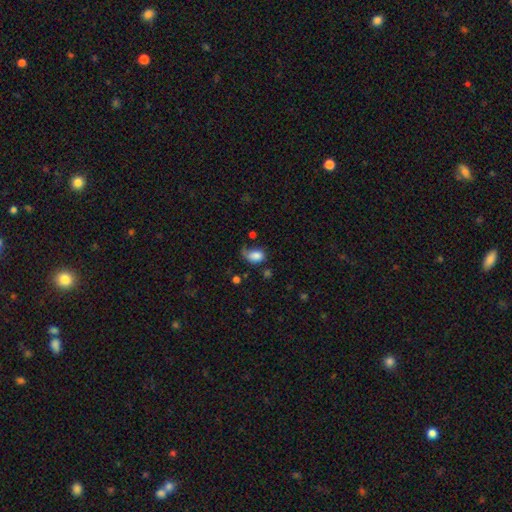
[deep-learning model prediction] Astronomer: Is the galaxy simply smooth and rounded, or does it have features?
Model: smooth — 82%.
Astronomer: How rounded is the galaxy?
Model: in between — 84%.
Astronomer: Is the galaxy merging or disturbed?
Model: none — 41% (runner-up: minor disturbance, 32%).